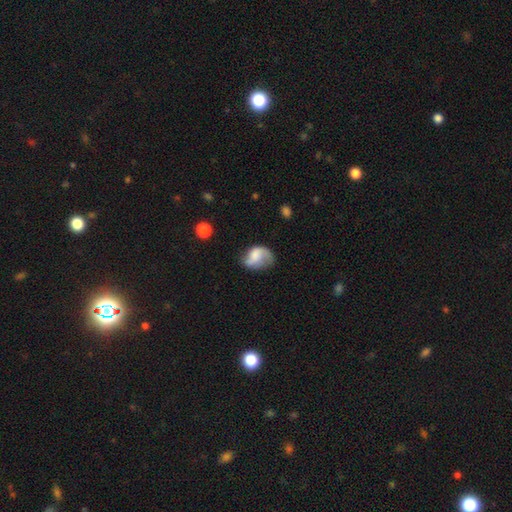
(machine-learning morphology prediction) smooth_or_featured: featured or disk (p=0.52) [alt: smooth p=0.39]
disk_edge_on: no (p=0.97) [alt: yes p=0.03]
bar: no (p=0.53) [alt: weak p=0.36]
has_spiral_arms: yes (p=0.86) [alt: no p=0.14]
bulge_size: none (p=0.35) [alt: moderate p=0.24]
merging: none (p=0.49) [alt: minor disturbance p=0.30]